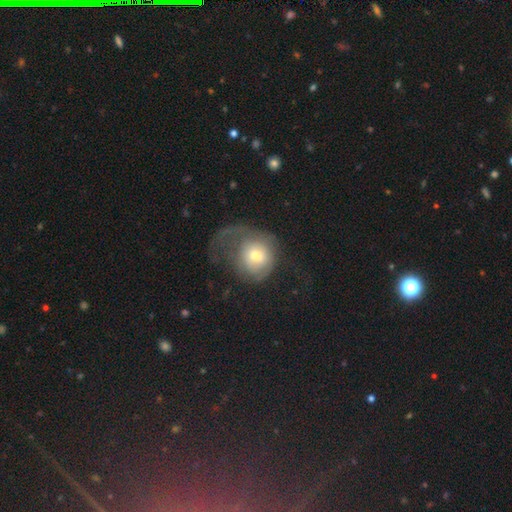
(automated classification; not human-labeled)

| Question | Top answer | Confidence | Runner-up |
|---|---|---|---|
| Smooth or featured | smooth | 58% | featured or disk (33%) |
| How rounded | round | 76% | in between (23%) |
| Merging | major disturbance | 59% | none (22%) |